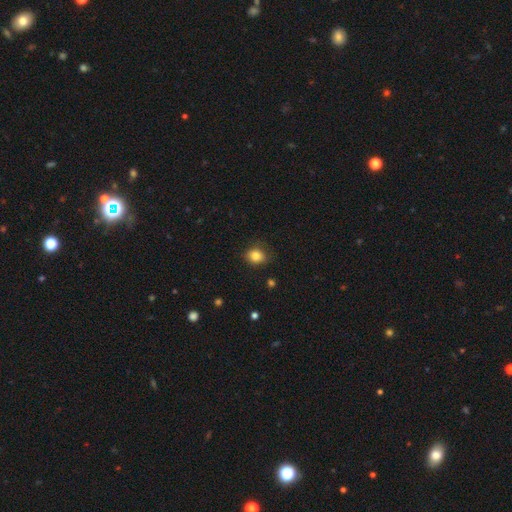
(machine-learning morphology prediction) The model was most divided on "how rounded": round: 59%, in between: 40%, cigar-shaped: 1%. More confident: smooth or featured — smooth (84%); merging — none (80%).